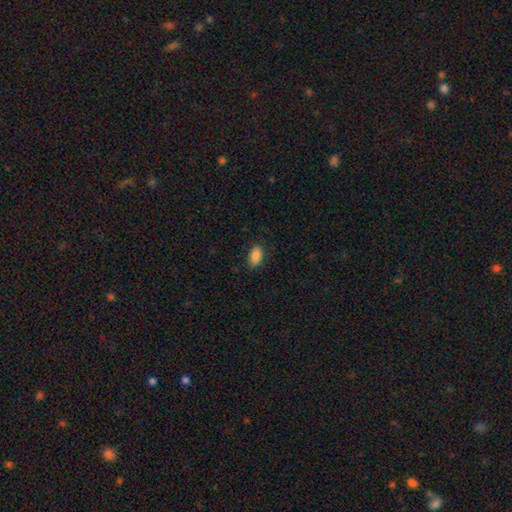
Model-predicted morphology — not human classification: A smooth galaxy with no disk features (86%) that is in between round and cigar-shaped (92%). Merging: none (81%).